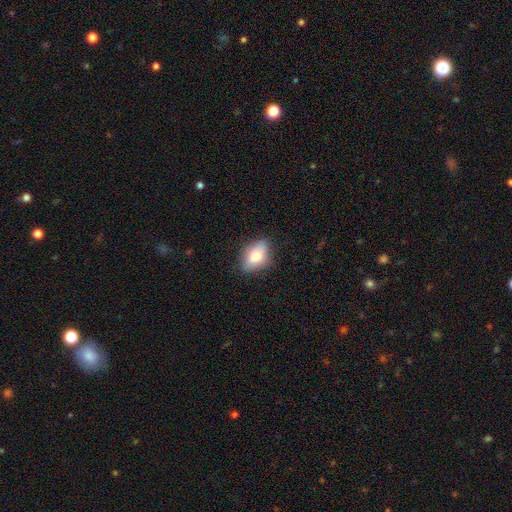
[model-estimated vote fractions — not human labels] Q: Smooth or featured?
A: smooth (70%); runner-up: featured or disk (22%)
Q: How rounded?
A: in between (82%); runner-up: round (15%)
Q: Merging?
A: none (78%); runner-up: minor disturbance (17%)